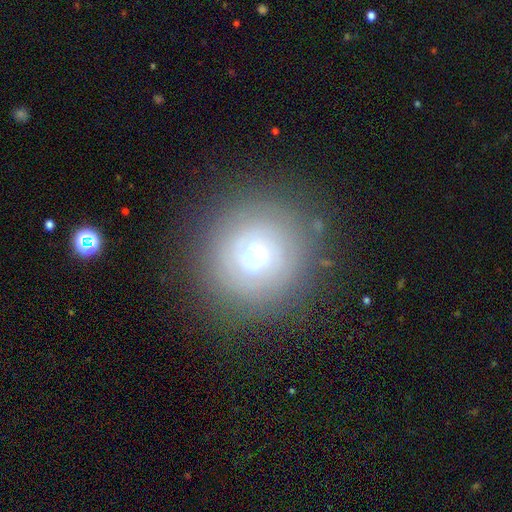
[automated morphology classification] Smooth or featured?
  - featured or disk: 50% *
  - smooth: 38%
  - star or artifact: 13%
Merging?
  - none: 80% *
  - minor disturbance: 11%
  - major disturbance: 6%
  - merger: 2%